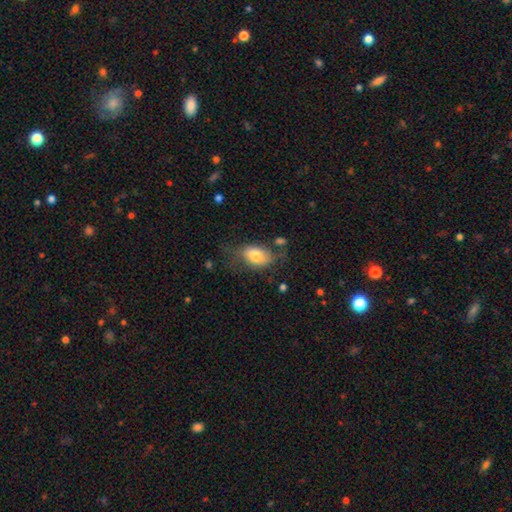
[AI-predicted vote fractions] This appears to be a smooth galaxy with no disk features (75%) that is in between round and cigar-shaped (84%). Merging: none (51%).